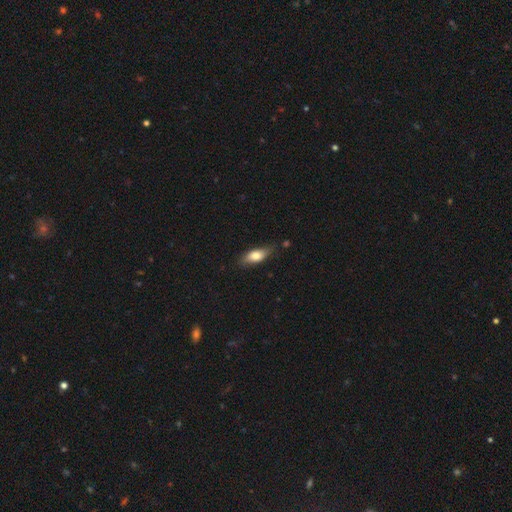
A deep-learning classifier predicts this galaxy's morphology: Smooth or featured?
  - smooth: 74% *
  - featured or disk: 20%
  - star or artifact: 7%
How rounded?
  - in between: 72% *
  - cigar-shaped: 24%
  - round: 3%
Merging?
  - none: 74% *
  - minor disturbance: 20%
  - major disturbance: 4%
  - merger: 2%